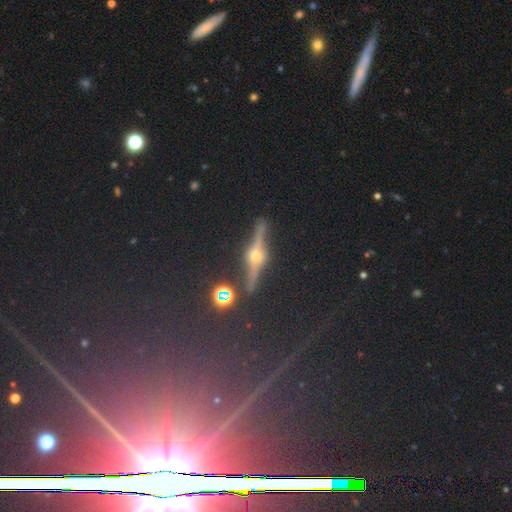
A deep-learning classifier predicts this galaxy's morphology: smooth-or-featured: featured or disk: 73% | star or artifact: 16% | smooth: 11%
  disk-edge-on: yes: 90% | no: 10%
    edge-on-bulge: rounded: 95% | boxy: 3% | none: 3%
  merging: none: 86% | minor disturbance: 8% | major disturbance: 3% | merger: 3%